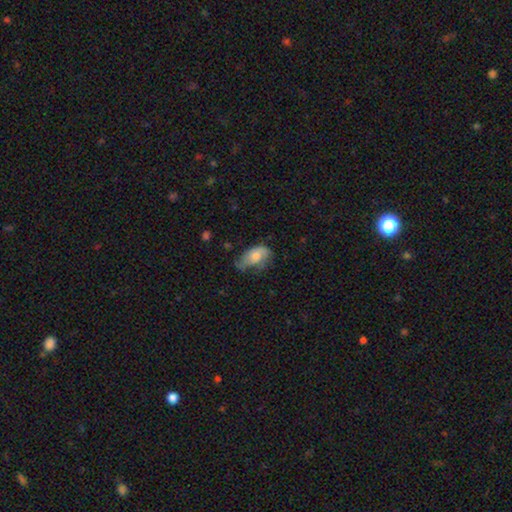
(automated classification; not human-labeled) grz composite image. It shows a smooth galaxy with no disk features (57%) that is in between round and cigar-shaped (89%). Merging: none (38%, tied with minor disturbance).